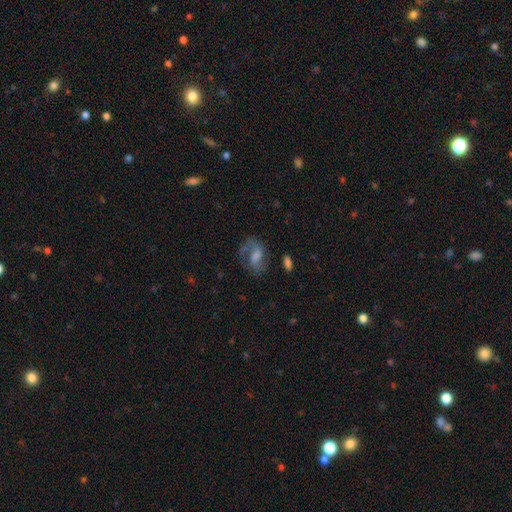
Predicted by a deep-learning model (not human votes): Overall: featured or disk (71%). Edge-on disk: no (96%). Bar: weak (46%; no 36%). Spiral arms: yes (89%). Spiral arm count: 2 (68%). Spiral winding: medium (49%; loose 32%). Bulge size: moderate (35%; small 25%). Merging: none (61%).